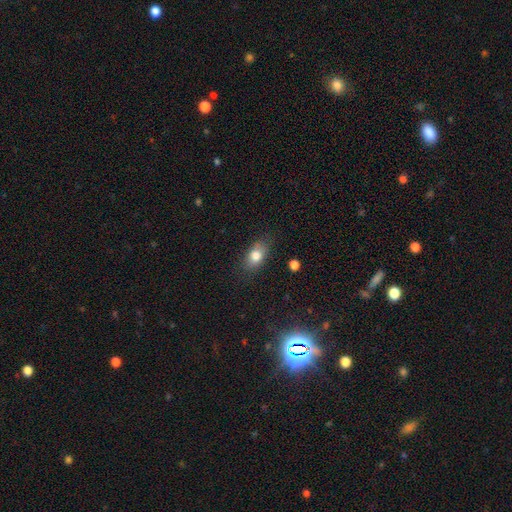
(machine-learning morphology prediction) Q: Smooth or featured?
A: smooth (80%); runner-up: featured or disk (11%)
Q: How rounded?
A: in between (82%); runner-up: round (14%)
Q: Merging?
A: none (77%); runner-up: minor disturbance (17%)